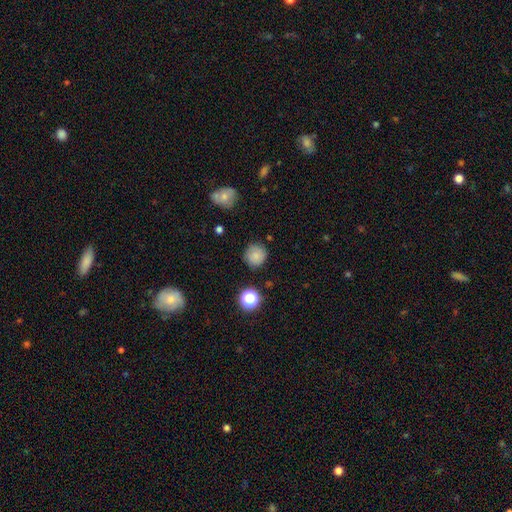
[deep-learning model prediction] Q: Smooth or featured?
A: smooth (81%); runner-up: star or artifact (12%)
Q: How rounded?
A: round (92%); runner-up: in between (7%)
Q: Merging?
A: none (82%); runner-up: minor disturbance (12%)